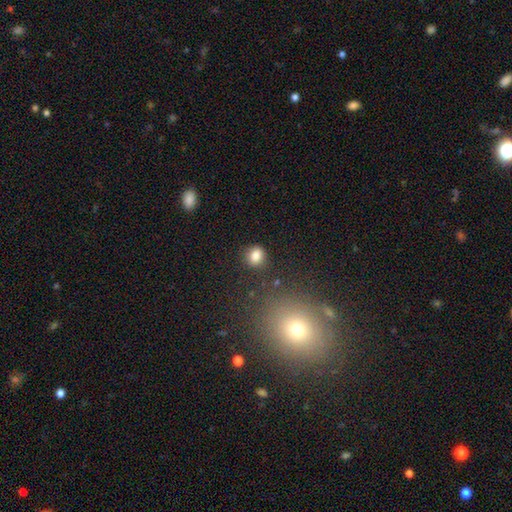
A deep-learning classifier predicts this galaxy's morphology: Smooth or featured? Predicted: smooth (p=0.83). How rounded? Predicted: round (p=0.69). Merging? Predicted: none (p=0.83).